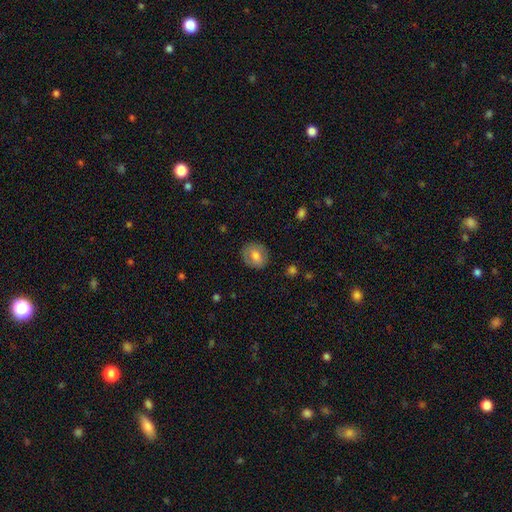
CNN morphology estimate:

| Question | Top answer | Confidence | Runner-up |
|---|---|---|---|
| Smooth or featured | smooth | 68% | featured or disk (24%) |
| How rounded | round | 72% | in between (27%) |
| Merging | none | 83% | minor disturbance (12%) |